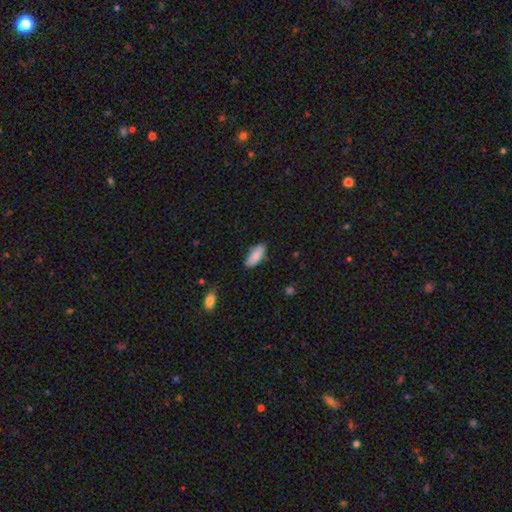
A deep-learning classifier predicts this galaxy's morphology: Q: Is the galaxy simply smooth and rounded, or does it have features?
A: smooth — 88%.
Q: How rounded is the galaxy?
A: in between — 80%.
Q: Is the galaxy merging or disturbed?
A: none — 80%.